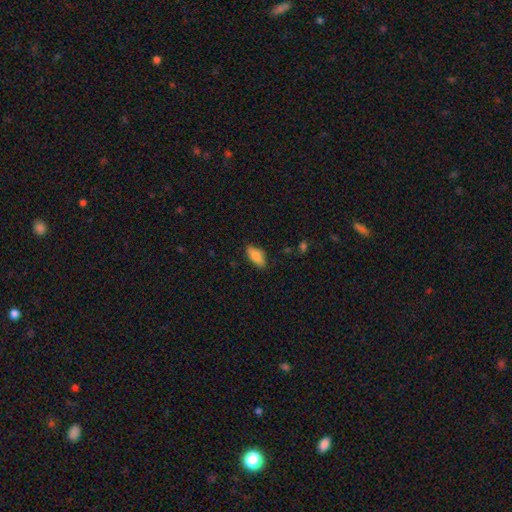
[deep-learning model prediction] Q: Smooth or featured?
A: smooth (78%); runner-up: featured or disk (15%)
Q: How rounded?
A: in between (86%); runner-up: cigar-shaped (11%)
Q: Merging?
A: none (82%); runner-up: minor disturbance (14%)